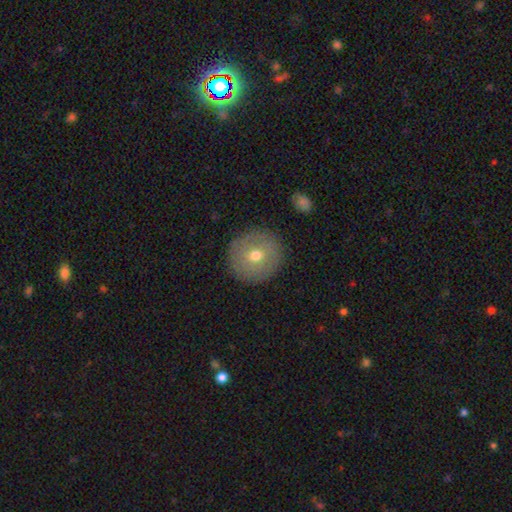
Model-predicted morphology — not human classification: smooth 63%, featured or disk 29%, star or artifact 9%. Down the decision tree: how rounded — round (92%); merging — none (88%).